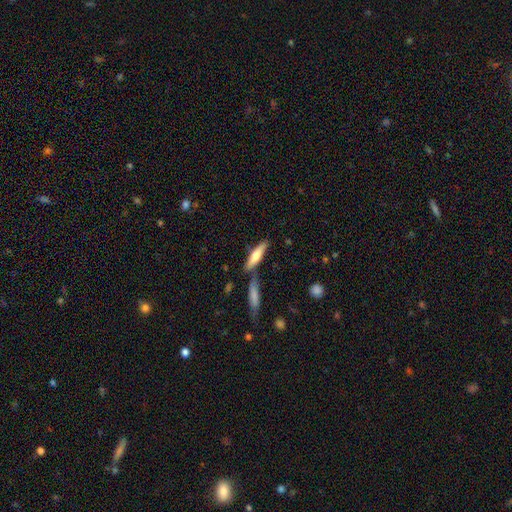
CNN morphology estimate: Smooth or featured?
  - smooth: 61% *
  - featured or disk: 34%
  - star or artifact: 6%
How rounded?
  - cigar-shaped: 74% *
  - in between: 24%
  - round: 2%
Merging?
  - none: 68% *
  - merger: 17%
  - minor disturbance: 12%
  - major disturbance: 3%